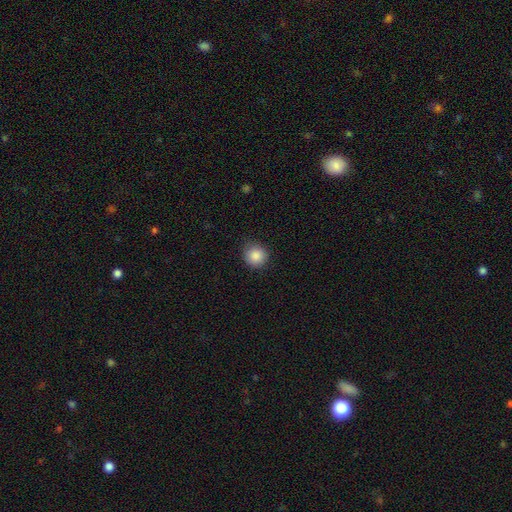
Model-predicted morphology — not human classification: The model was most divided on "merging": none: 85%, minor disturbance: 12%, major disturbance: 3%, merger: 1%. More confident: how rounded — round (91%); smooth or featured — smooth (87%).